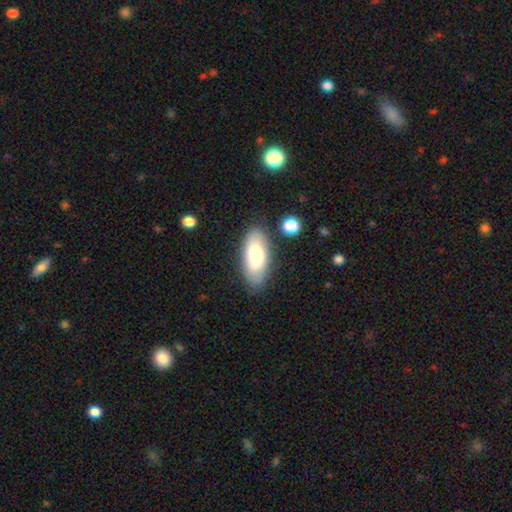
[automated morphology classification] Smooth or featured: smooth — 72% (featured or disk — 21%)
How rounded: in between — 85% (cigar-shaped — 12%)
Merging: none — 81% (minor disturbance — 13%)